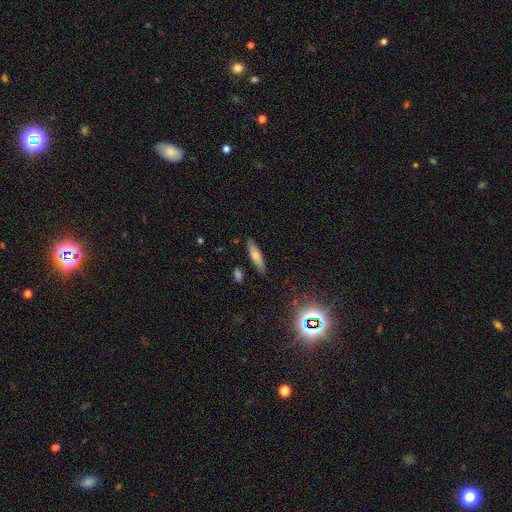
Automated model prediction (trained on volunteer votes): Overall: smooth (65%; featured or disk 26%). How rounded: cigar-shaped (73%). Merging: none (84%).